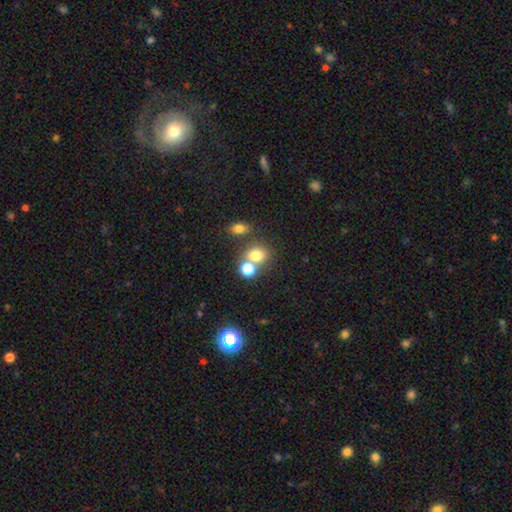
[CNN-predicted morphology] Smooth or featured? smooth (74%)
How rounded? round (64%)
Merging? none (47%)